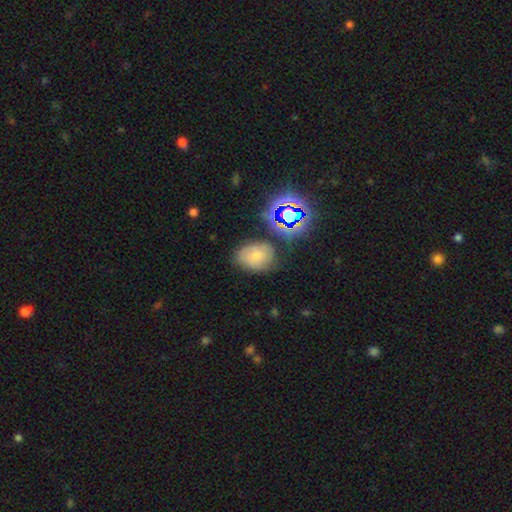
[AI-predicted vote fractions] Smooth or featured?
  - smooth: 62% *
  - star or artifact: 20%
  - featured or disk: 17%
How rounded?
  - in between: 73% *
  - round: 26%
  - cigar-shaped: 1%
Merging?
  - none: 68% *
  - minor disturbance: 20%
  - major disturbance: 6%
  - merger: 6%